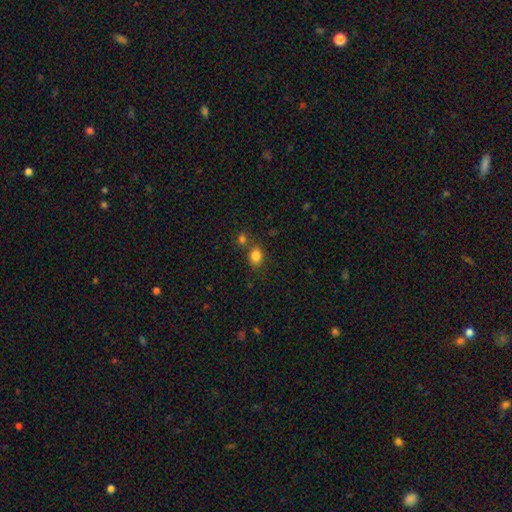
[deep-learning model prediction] Morphology: type=smooth (83%); roundness=round (50%); merging=none (66%).